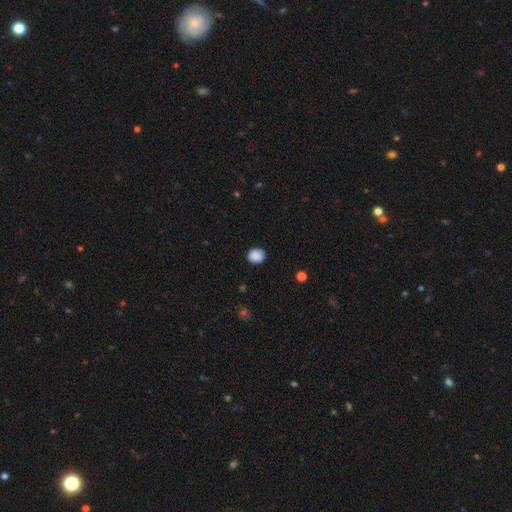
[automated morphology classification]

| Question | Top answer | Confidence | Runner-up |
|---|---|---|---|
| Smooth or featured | smooth | 88% | star or artifact (9%) |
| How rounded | round | 77% | in between (23%) |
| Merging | none | 89% | minor disturbance (8%) |